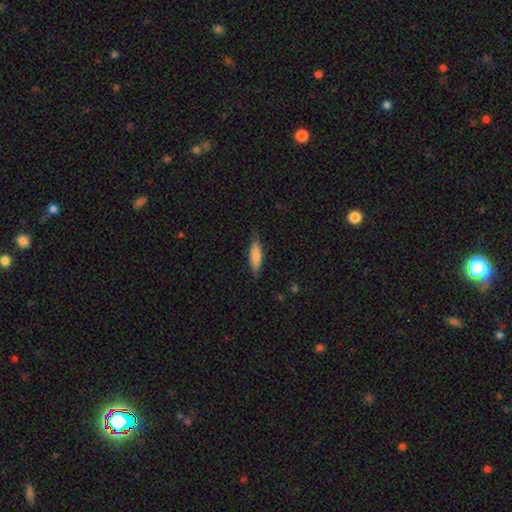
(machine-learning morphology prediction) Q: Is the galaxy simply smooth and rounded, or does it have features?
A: smooth — 79%.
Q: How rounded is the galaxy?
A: cigar-shaped — 64%.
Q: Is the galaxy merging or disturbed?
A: none — 82%.